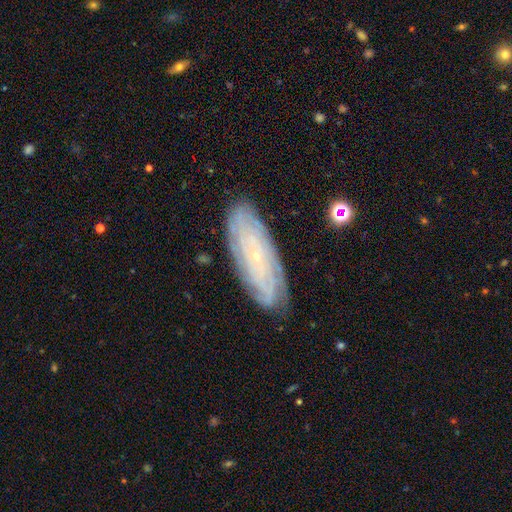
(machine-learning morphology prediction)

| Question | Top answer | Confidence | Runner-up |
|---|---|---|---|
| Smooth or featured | featured or disk | 71% | smooth (19%) |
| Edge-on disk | no | 85% | yes (15%) |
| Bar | no | 80% | weak (16%) |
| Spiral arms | yes | 91% | no (9%) |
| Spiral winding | tight | 79% | medium (16%) |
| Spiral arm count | can't tell | 52% | 4 (14%) |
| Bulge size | small | 88% | moderate (7%) |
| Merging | none | 83% | minor disturbance (13%) |